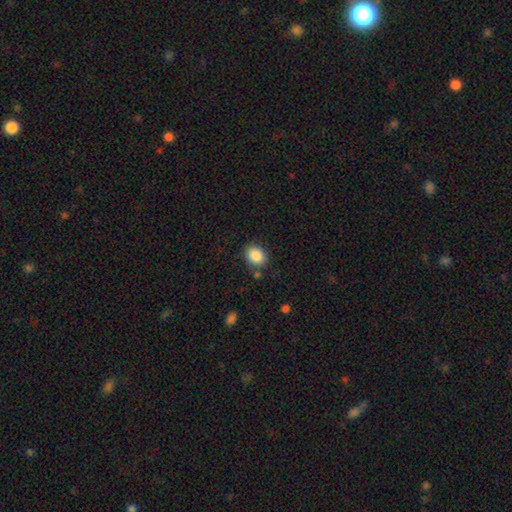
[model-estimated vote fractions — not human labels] Smooth or featured? smooth (87%)
How rounded? round (56%)
Merging? none (83%)